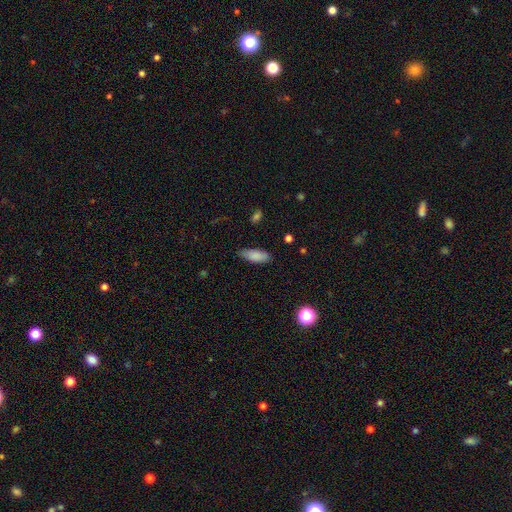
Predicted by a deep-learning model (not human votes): smooth 87%, star or artifact 7%, featured or disk 7%. Down the decision tree: how rounded — in between (77%); merging — none (77%).